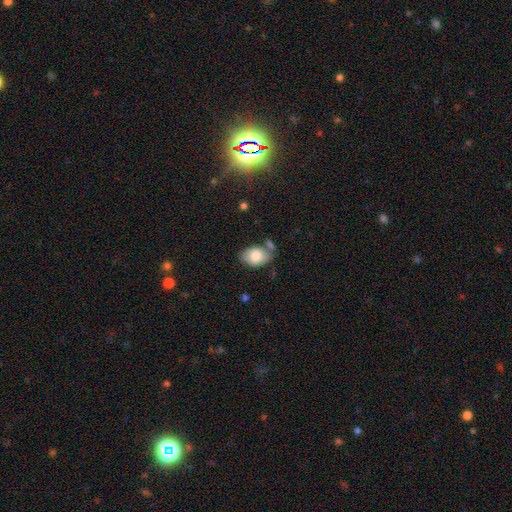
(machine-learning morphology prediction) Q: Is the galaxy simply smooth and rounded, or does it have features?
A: smooth — 80%.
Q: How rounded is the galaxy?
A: in between — 84%.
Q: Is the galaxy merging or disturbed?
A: none — 59%.